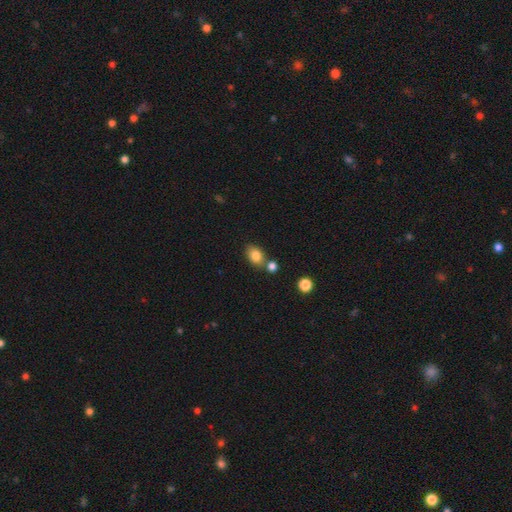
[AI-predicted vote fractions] smooth_or_featured: smooth (p=0.84) [alt: star or artifact p=0.09]
how_rounded: in between (p=0.70) [alt: round p=0.29]
merging: none (p=0.64) [alt: merger p=0.20]